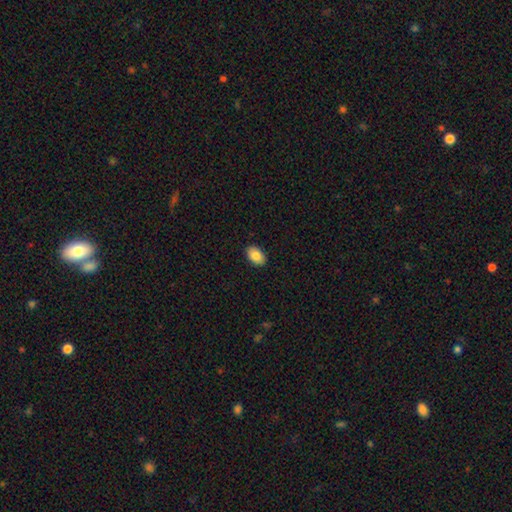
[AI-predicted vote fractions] Morphology: type=smooth (86%); roundness=in between (89%); merging=none (90%).